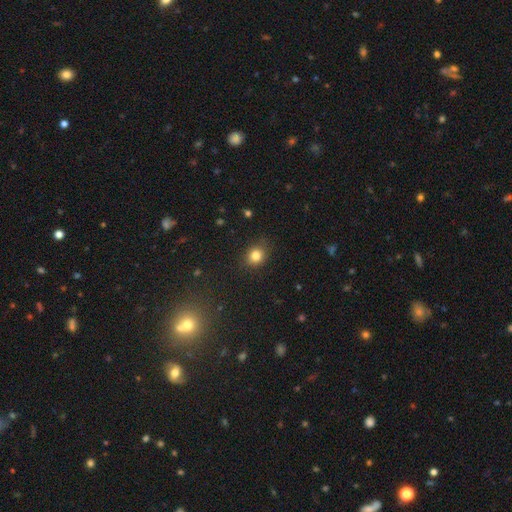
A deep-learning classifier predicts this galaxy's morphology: Overall: smooth (82%). How rounded: round (71%). Merging: none (84%).